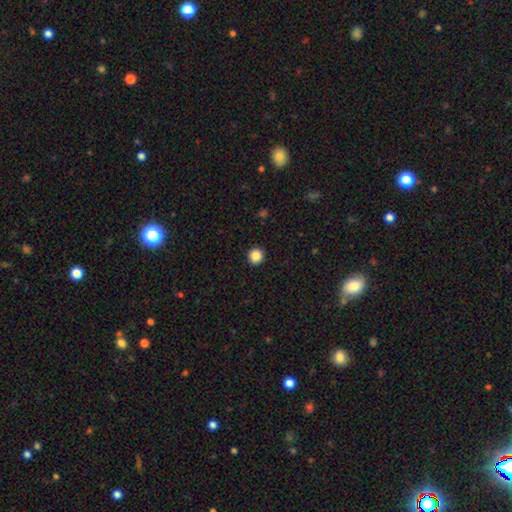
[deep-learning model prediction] Morphology: type=smooth (87%); roundness=round (95%); merging=none (93%).